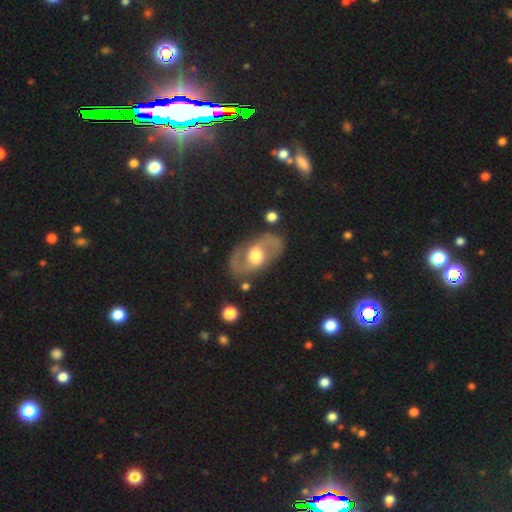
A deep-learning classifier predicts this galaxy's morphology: featured or disk 73%, smooth 22%, star or artifact 5%. Down the decision tree: edge-on disk — no (94%); bar — no (52%); spiral arms — yes (68%); bulge size — moderate (62%); merging — none (78%).